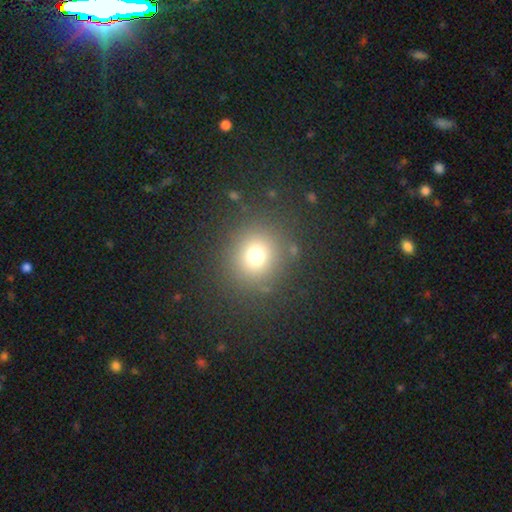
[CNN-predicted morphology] Smooth or featured: smooth — 72% (star or artifact — 19%)
How rounded: round — 88% (in between — 11%)
Merging: none — 85% (minor disturbance — 8%)